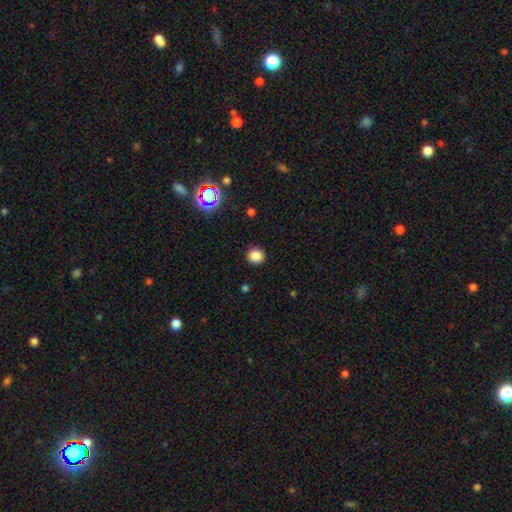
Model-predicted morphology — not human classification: smooth-or-featured: smooth: 83% | star or artifact: 14% | featured or disk: 4%
  how-rounded: round: 94% | in between: 5% | cigar-shaped: 1%
  merging: none: 92% | minor disturbance: 5% | major disturbance: 2% | merger: 1%